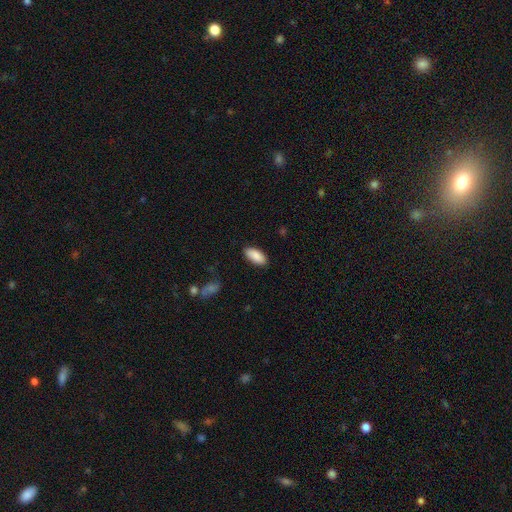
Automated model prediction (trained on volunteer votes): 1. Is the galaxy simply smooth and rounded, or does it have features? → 89% smooth, 6% star or artifact, 5% featured or disk.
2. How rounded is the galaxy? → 89% in between, 9% cigar-shaped, 2% round.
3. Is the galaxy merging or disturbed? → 87% none, 10% minor disturbance, 2% major disturbance, 1% merger.